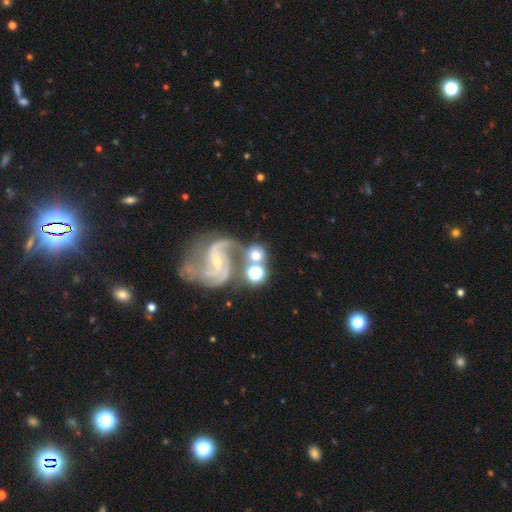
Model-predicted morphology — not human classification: Smooth or featured: featured or disk — 54% (smooth — 35%)
Edge-on disk: no — 97% (yes — 3%)
Bar: no — 41% (tied with weak — 41%)
Spiral arms: yes — 90% (no — 10%)
Bulge size: small — 66% (moderate — 24%)
Merging: none — 49% (merger — 28%)